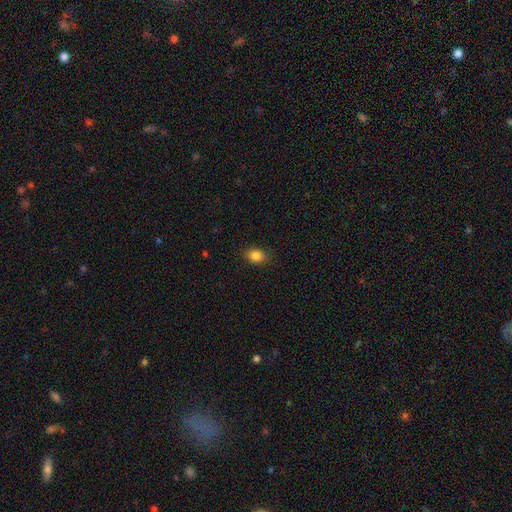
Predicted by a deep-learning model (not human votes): smooth 84%, star or artifact 10%, featured or disk 6%. Down the decision tree: how rounded — in between (69%); merging — none (85%).